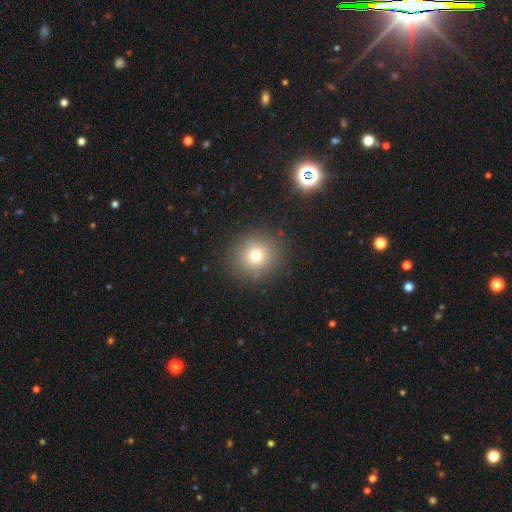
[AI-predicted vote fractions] The model was most divided on "smooth or featured": smooth: 75%, star or artifact: 15%, featured or disk: 10%. More confident: how rounded — round (90%); merging — none (88%).